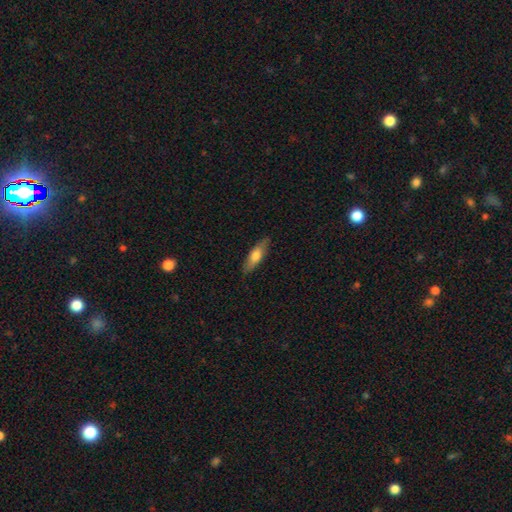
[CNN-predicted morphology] This is likely a smooth galaxy (65%). How rounded: possibly cigar-shaped (53%). Merging: clearly none (85%).